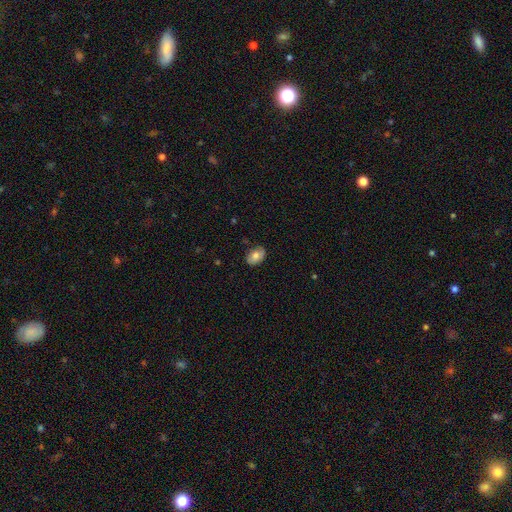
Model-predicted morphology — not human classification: This is likely a smooth galaxy (72%). How rounded: clearly in between (85%). Merging: likely none (79%).